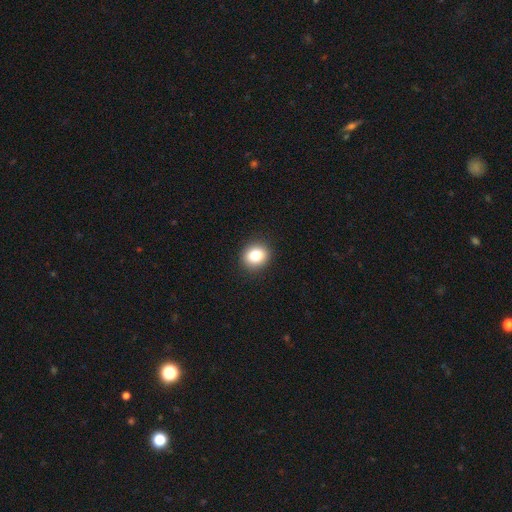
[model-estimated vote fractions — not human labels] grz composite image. It shows a smooth galaxy with no disk features (82%) that is round (71%). Merging: none (91%).